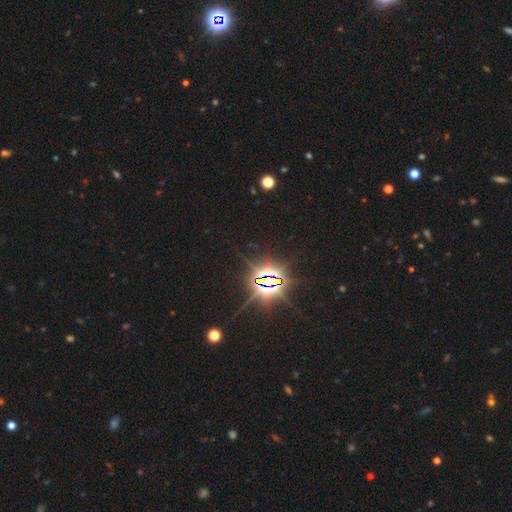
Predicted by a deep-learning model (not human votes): Morphology: type=star or artifact (86%).